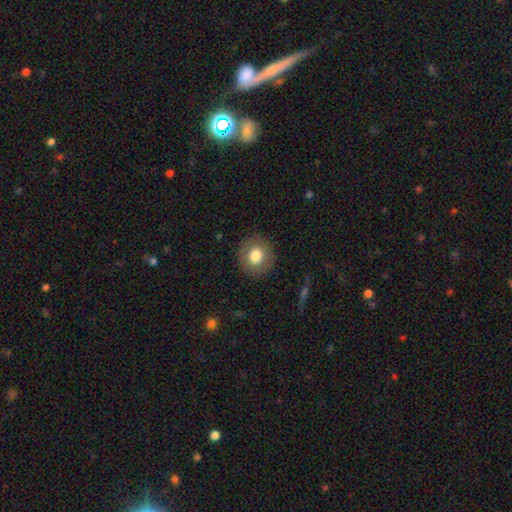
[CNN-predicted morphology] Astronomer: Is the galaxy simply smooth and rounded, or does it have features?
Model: smooth — 77%.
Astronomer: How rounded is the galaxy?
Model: round — 87%.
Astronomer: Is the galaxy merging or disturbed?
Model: none — 88%.